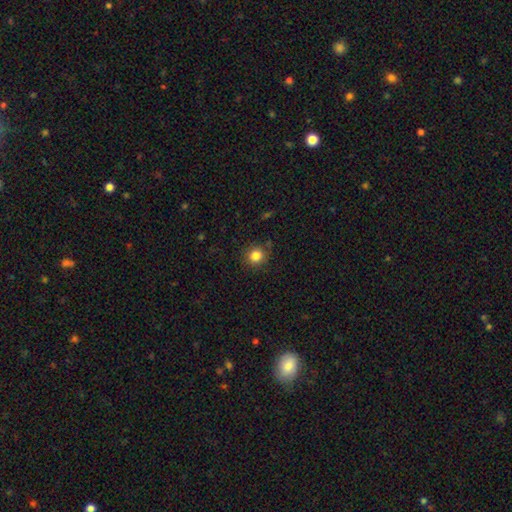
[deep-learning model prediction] Smooth or featured? Predicted: smooth (p=0.84). How rounded? Predicted: round (p=0.90). Merging? Predicted: none (p=0.86).